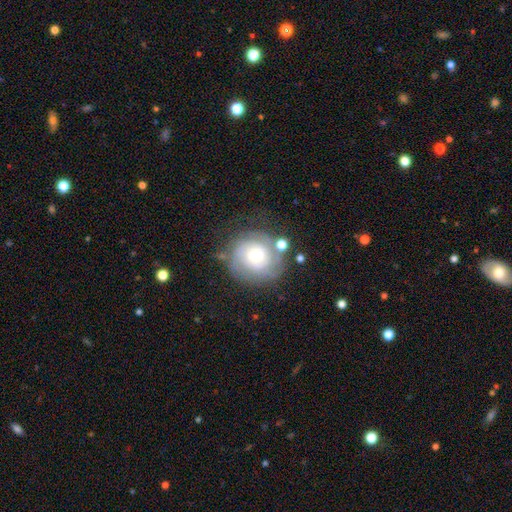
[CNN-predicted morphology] type=featured or disk (71%); edge-on=no (97%); bar=no (76%); spiral arms=yes (88%); winding=tight (73%); arm count=can't tell (39%); bulge=moderate (68%); merging=none (69%).